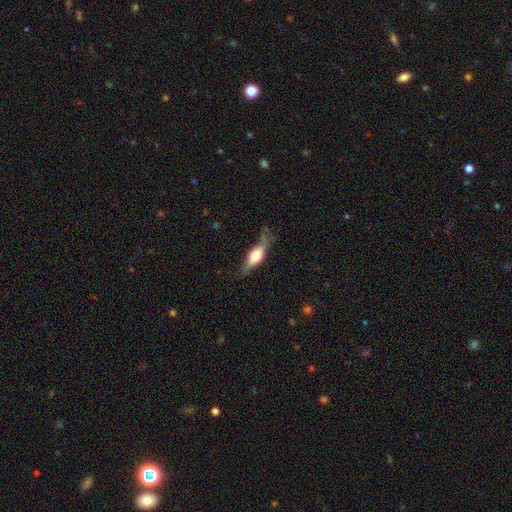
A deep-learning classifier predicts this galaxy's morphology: smooth_or_featured: smooth (p=0.53) [alt: featured or disk p=0.41]
how_rounded: in between (p=0.57) [alt: cigar-shaped p=0.39]
merging: none (p=0.51) [alt: minor disturbance p=0.32]